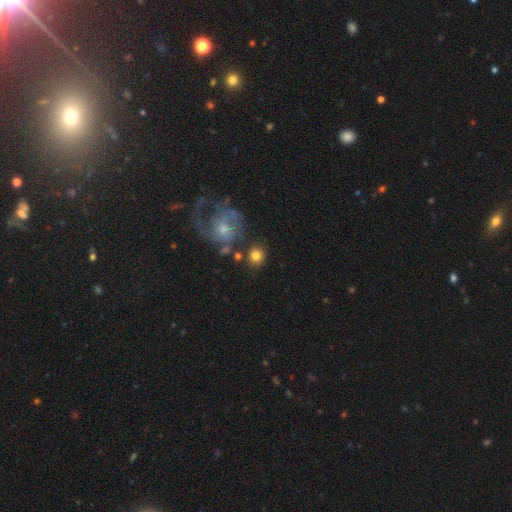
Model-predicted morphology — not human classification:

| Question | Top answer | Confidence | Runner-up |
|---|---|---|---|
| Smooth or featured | smooth | 78% | featured or disk (14%) |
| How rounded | round | 87% | in between (12%) |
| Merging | none | 75% | minor disturbance (10%) |